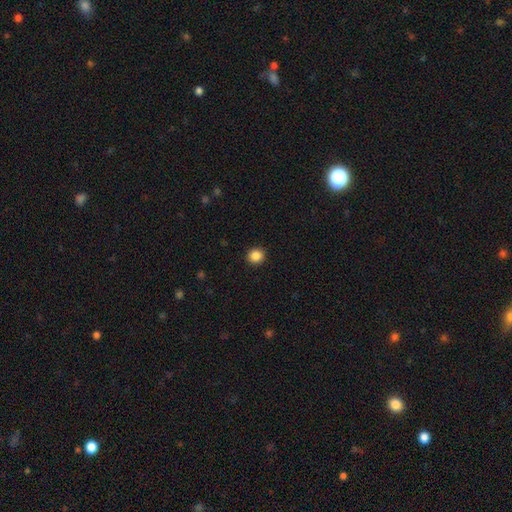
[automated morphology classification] smooth-or-featured: smooth: 87% | star or artifact: 10% | featured or disk: 3%
  how-rounded: round: 90% | in between: 9% | cigar-shaped: 1%
  merging: none: 93% | minor disturbance: 5% | major disturbance: 2% | merger: 1%